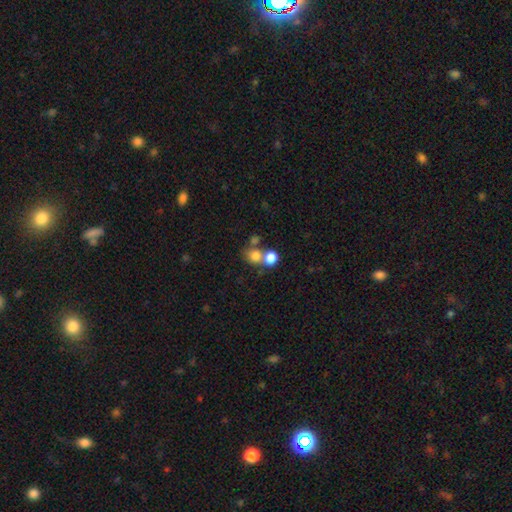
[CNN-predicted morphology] A smooth galaxy with no disk features (76%) that is round (76%).

Vote fractions:
- Smooth or featured? smooth: 76% / star or artifact: 13% / featured or disk: 11%
- How rounded? round: 76% / in between: 23% / cigar-shaped: 1%
- Merging? merger: 45% / none: 43% / minor disturbance: 8% / major disturbance: 5%